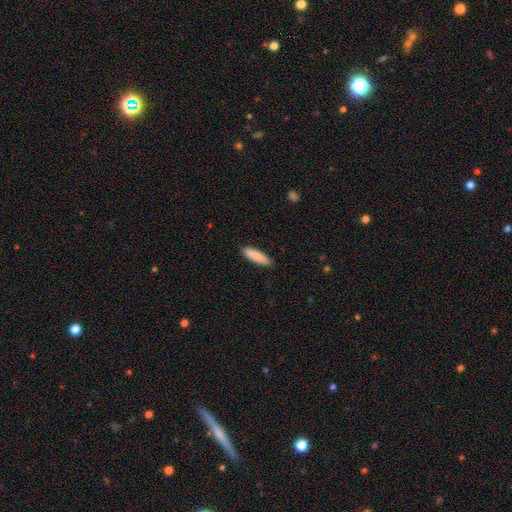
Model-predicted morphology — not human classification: This appears to be a smooth galaxy with no disk features (88%) that is cigar-shaped (63%). Merging: none (89%).